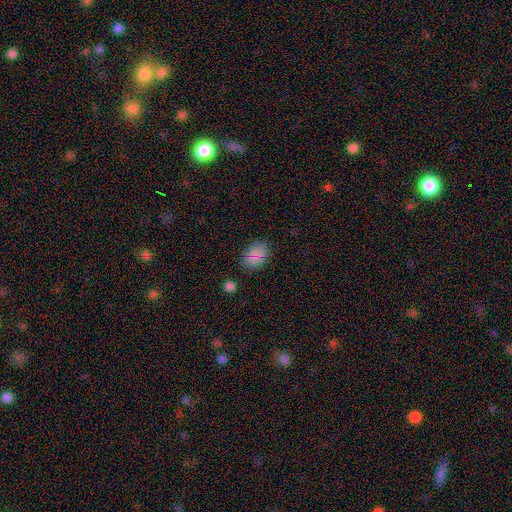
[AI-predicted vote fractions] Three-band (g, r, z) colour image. It shows a smooth galaxy with no disk features (78%) that is in between round and cigar-shaped (79%). Merging: none (85%).